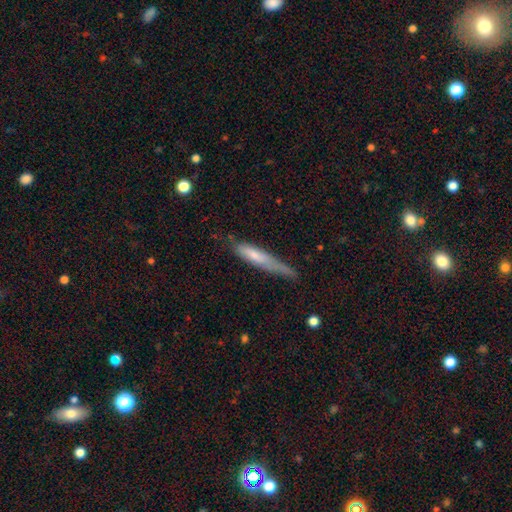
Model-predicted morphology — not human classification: A smooth galaxy with no disk features (63%) that is cigar-shaped (87%). Merging: none (47%).